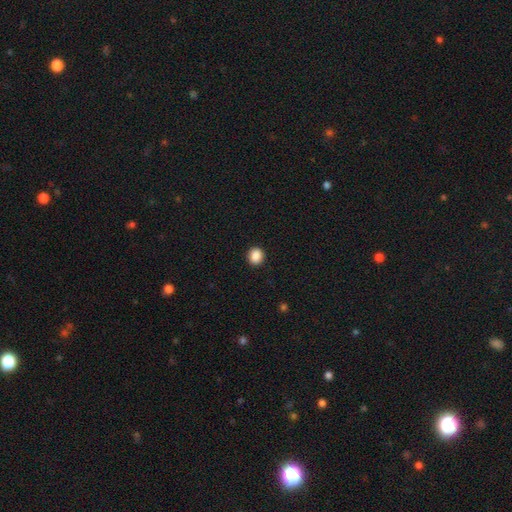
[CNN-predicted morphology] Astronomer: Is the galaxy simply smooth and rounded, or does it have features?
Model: smooth — 88%.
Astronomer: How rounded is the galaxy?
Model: round — 81%.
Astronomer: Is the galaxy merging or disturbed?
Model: none — 92%.